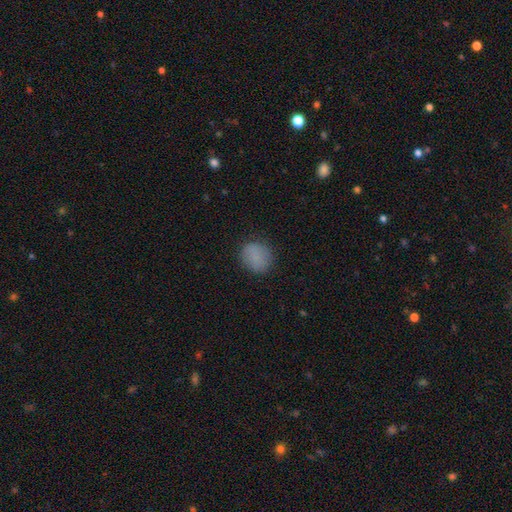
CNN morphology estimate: A smooth galaxy with no disk features (84%) that is round (76%).

Vote fractions:
- Smooth or featured? smooth: 84% / star or artifact: 10% / featured or disk: 6%
- How rounded? round: 76% / in between: 23% / cigar-shaped: 1%
- Merging? none: 82% / minor disturbance: 13% / major disturbance: 4% / merger: 1%